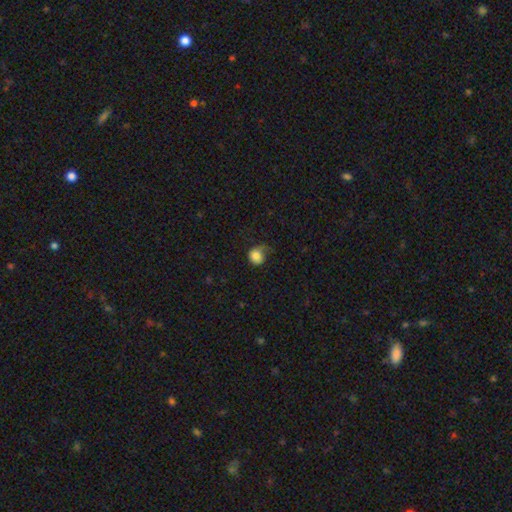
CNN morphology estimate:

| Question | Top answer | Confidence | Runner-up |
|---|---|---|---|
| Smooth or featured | smooth | 82% | star or artifact (9%) |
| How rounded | round | 78% | in between (21%) |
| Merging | none | 47% | minor disturbance (33%) |